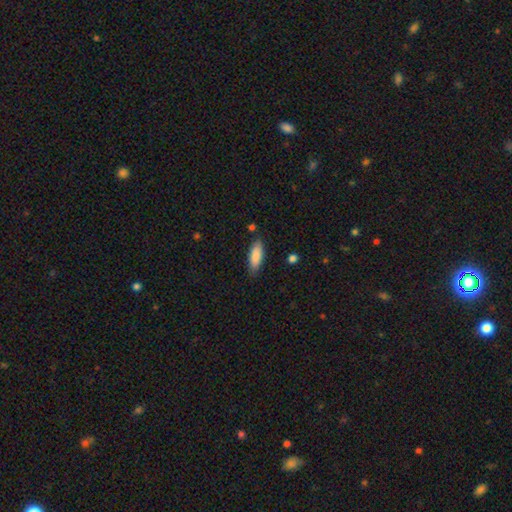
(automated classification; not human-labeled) Smooth or featured? smooth (87%)
How rounded? in between (67%)
Merging? none (83%)